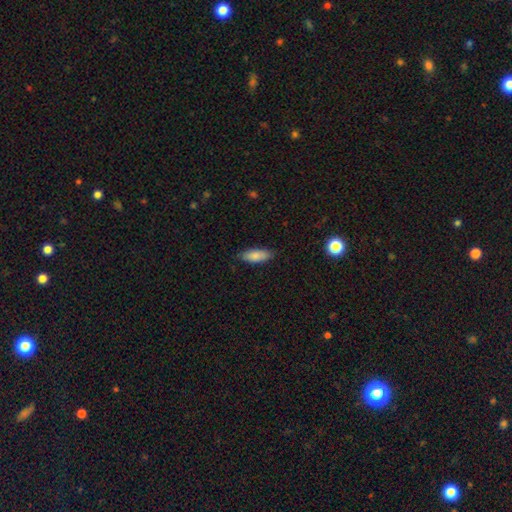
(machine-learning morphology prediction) Smooth or featured? Predicted: smooth (p=0.85). How rounded? Predicted: in between (p=0.77). Merging? Predicted: none (p=0.83).